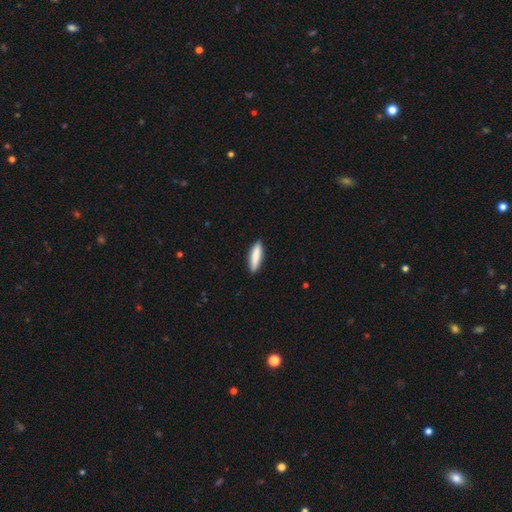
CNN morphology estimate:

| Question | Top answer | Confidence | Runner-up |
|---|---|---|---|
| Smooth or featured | smooth | 85% | featured or disk (10%) |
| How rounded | cigar-shaped | 71% | in between (28%) |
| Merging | none | 89% | minor disturbance (9%) |